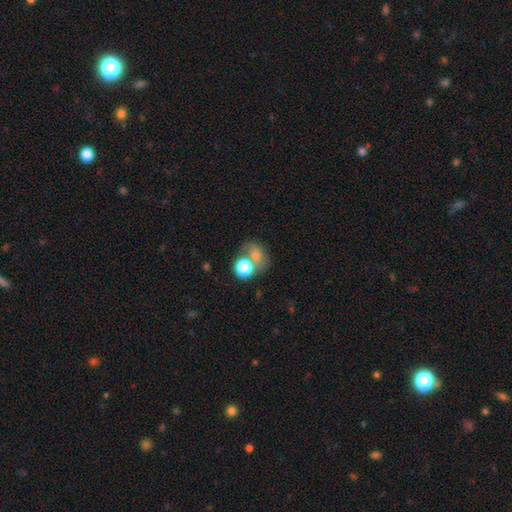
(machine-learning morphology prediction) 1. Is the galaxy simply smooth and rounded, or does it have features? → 69% smooth, 16% star or artifact, 14% featured or disk.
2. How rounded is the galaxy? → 52% round, 46% in between, 1% cigar-shaped.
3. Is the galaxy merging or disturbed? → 38% merger, 36% none, 13% minor disturbance, 12% major disturbance.